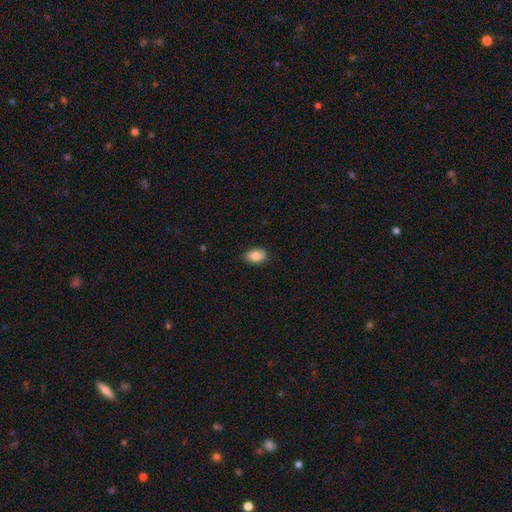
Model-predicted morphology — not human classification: This is clearly a smooth galaxy (86%). How rounded: clearly in between (85%). Merging: clearly none (81%).